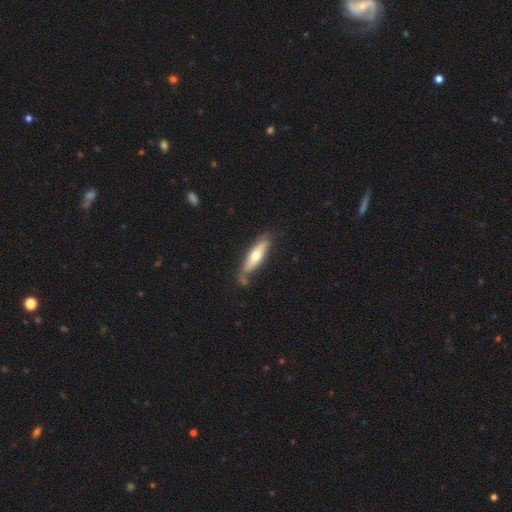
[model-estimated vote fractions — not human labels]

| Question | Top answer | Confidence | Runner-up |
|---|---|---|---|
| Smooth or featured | smooth | 54% | featured or disk (41%) |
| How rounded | cigar-shaped | 68% | in between (30%) |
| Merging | none | 65% | minor disturbance (21%) |